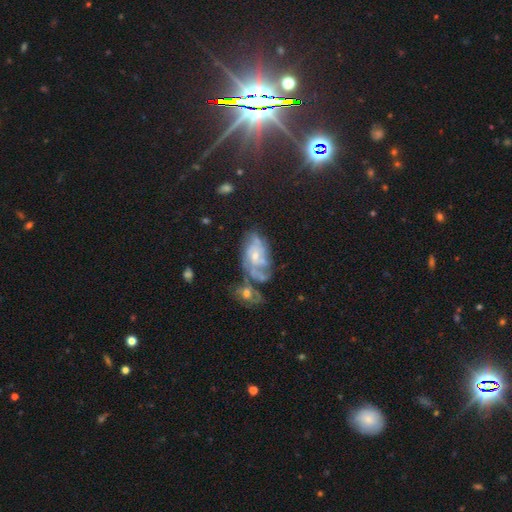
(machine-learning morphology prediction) type=featured or disk (74%); edge-on=no (96%); bar=no (70%); spiral arms=yes (86%); winding=tight (45%); arm count=can't tell (38%); bulge=small (56%); merging=none (39%).